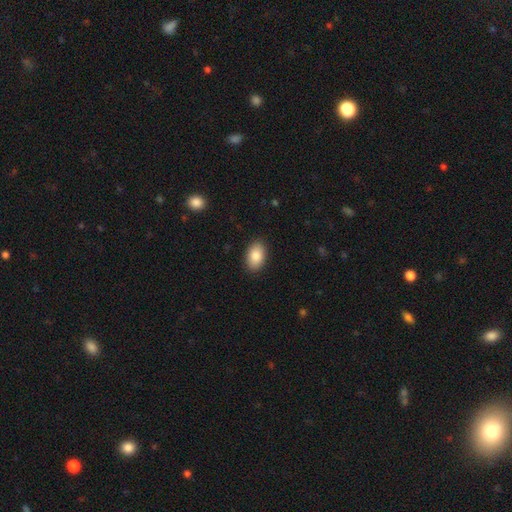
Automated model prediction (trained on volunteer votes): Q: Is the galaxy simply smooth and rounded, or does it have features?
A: smooth — 87%.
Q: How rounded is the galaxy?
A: in between — 92%.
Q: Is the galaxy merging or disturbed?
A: none — 89%.